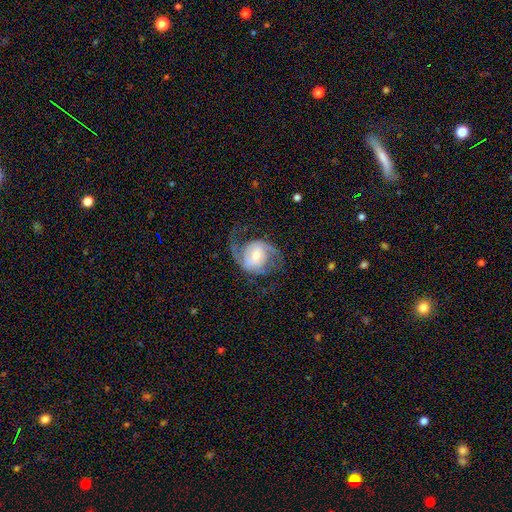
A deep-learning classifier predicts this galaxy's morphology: A featured or disk galaxy (85%) with no bar (45%), 2 (90%) medium (48%) spiral arms (96%) and a moderate central bulge (46%). Merging: none (66%).